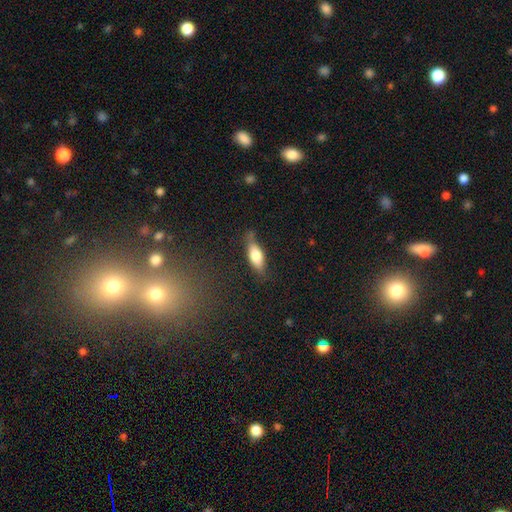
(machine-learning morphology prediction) This is likely a smooth galaxy (70%). How rounded: likely in between (71%). Merging: likely none (66%).